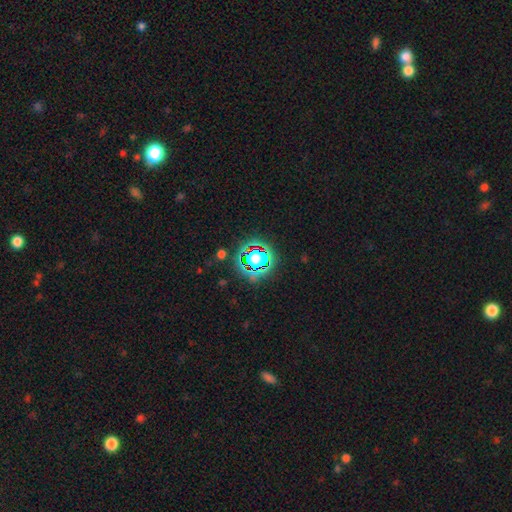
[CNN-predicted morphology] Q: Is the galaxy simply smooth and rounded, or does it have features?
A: star or artifact — 79%.